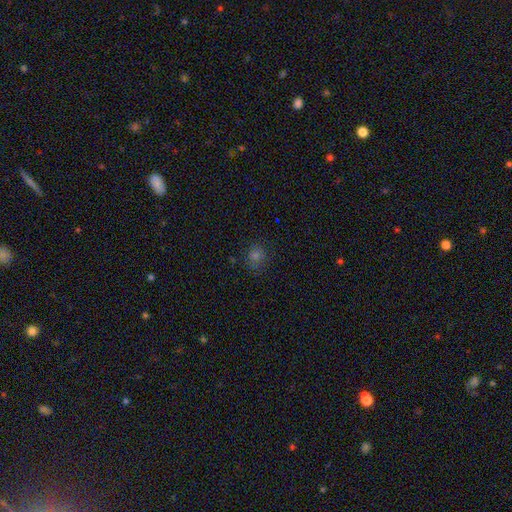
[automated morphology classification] Smooth or featured? smooth (63%)
How rounded? round (78%)
Merging? none (81%)